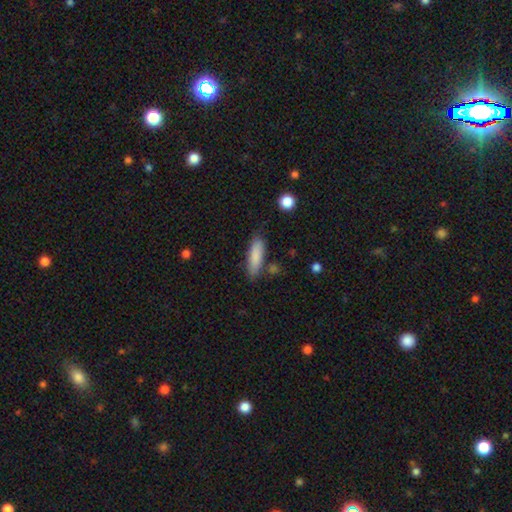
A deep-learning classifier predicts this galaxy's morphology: The model was most divided on "how rounded": cigar-shaped: 61%, in between: 38%, round: 2%. More confident: smooth or featured — smooth (85%); merging — none (79%).